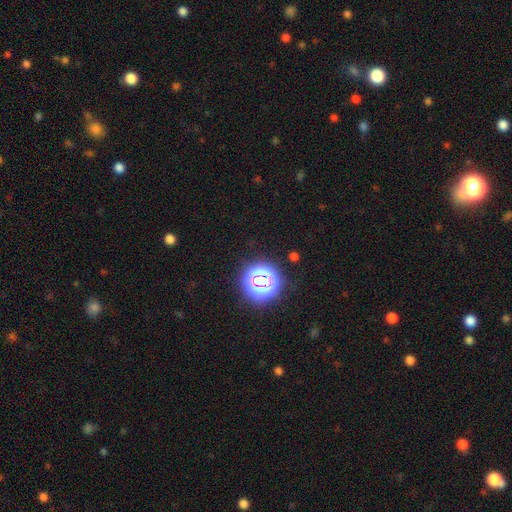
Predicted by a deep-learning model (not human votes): This is likely a star or artifact rather than a galaxy (79%).